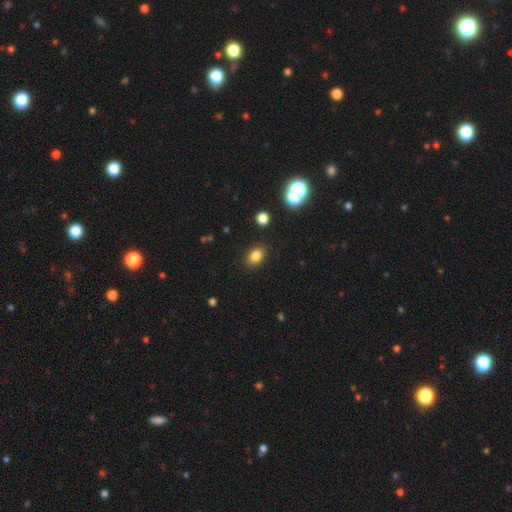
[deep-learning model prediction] This is clearly a smooth galaxy (82%). How rounded: likely in between (67%). Merging: clearly none (88%).